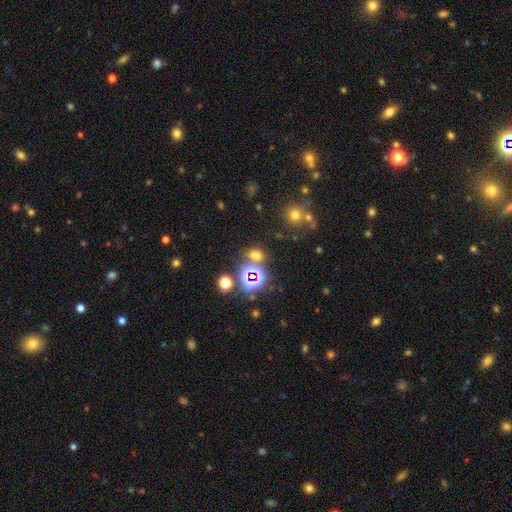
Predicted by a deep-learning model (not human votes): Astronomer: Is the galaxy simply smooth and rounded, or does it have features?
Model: smooth — 51% (runner-up: star or artifact, 41%).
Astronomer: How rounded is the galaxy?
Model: in between — 54% (runner-up: round, 44%).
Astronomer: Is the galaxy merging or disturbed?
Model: none — 68%.